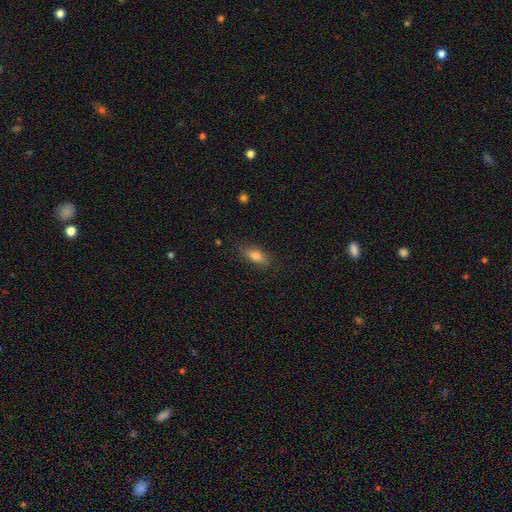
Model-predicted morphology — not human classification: Q: Smooth or featured?
A: smooth (77%); runner-up: featured or disk (15%)
Q: How rounded?
A: in between (74%); runner-up: cigar-shaped (22%)
Q: Merging?
A: none (81%); runner-up: minor disturbance (14%)